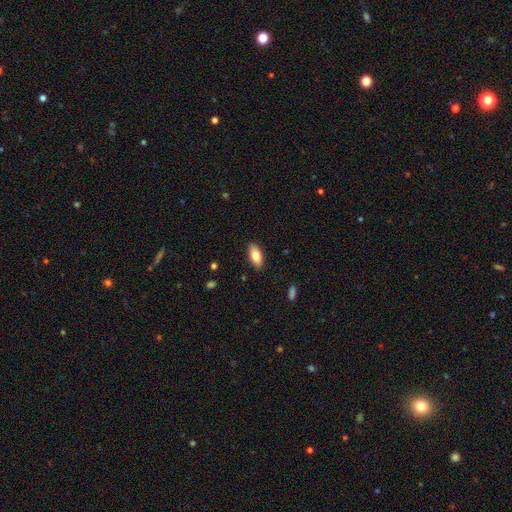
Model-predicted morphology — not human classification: smooth_or_featured: smooth (p=0.80) [alt: featured or disk p=0.13]
how_rounded: in between (p=0.87) [alt: cigar-shaped p=0.10]
merging: none (p=0.88) [alt: minor disturbance p=0.09]